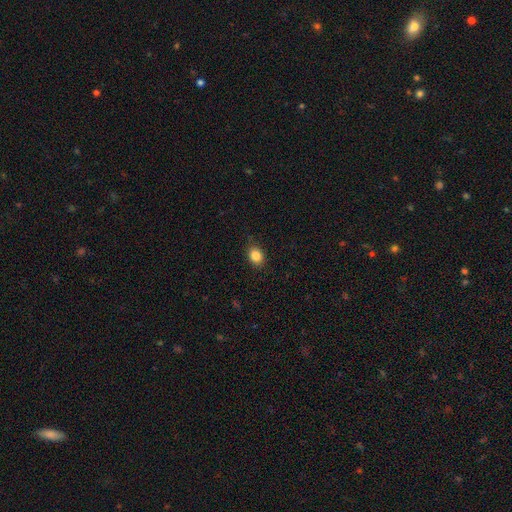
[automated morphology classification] Overall: smooth (85%). How rounded: in between (58%; round 41%). Merging: none (85%).